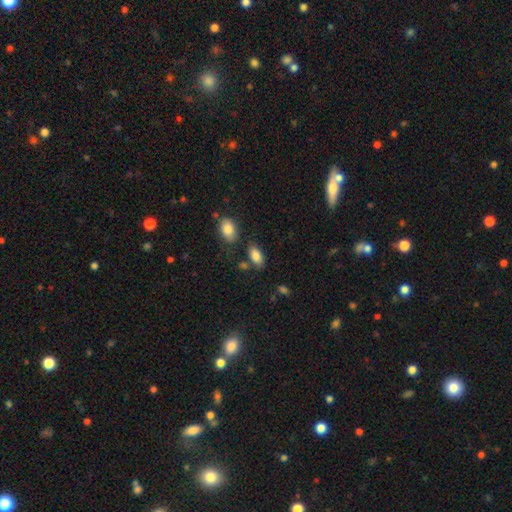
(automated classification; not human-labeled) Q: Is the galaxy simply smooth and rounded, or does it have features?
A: smooth — 85%.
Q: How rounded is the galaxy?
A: in between — 92%.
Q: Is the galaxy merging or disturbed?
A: none — 73%.